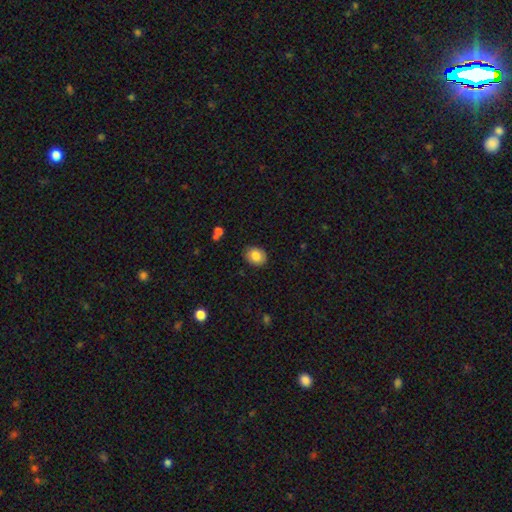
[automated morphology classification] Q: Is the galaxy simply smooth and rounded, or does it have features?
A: smooth — 83%.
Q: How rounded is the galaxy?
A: in between — 58%.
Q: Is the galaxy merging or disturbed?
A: none — 88%.